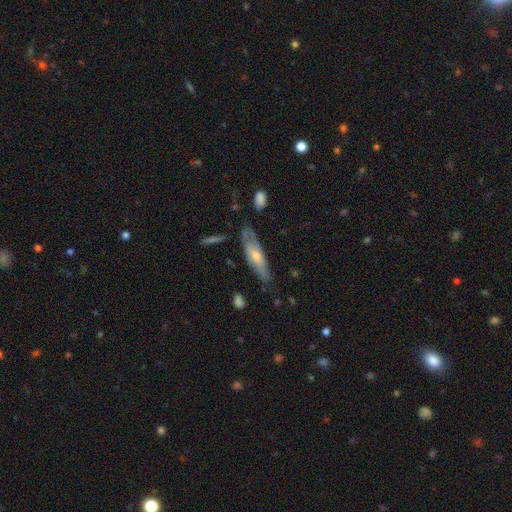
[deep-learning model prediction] Overall: featured or disk (53%; smooth 40%). Edge-on disk: no (51%; yes 49%). Merging: none (65%).